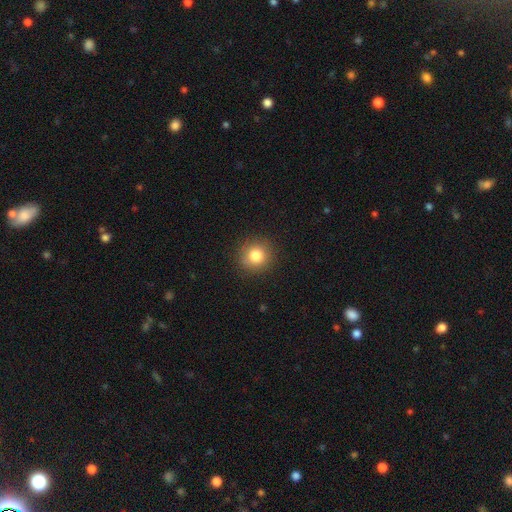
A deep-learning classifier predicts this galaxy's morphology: Smooth or featured? smooth (82%)
How rounded? round (91%)
Merging? none (89%)